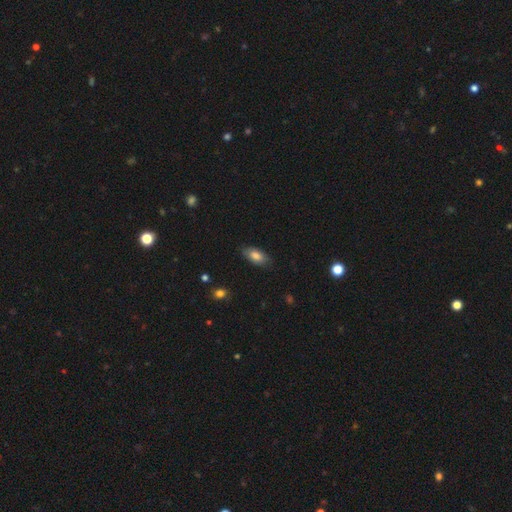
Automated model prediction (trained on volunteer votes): Smooth or featured? smooth (81%)
How rounded? in between (90%)
Merging? none (81%)